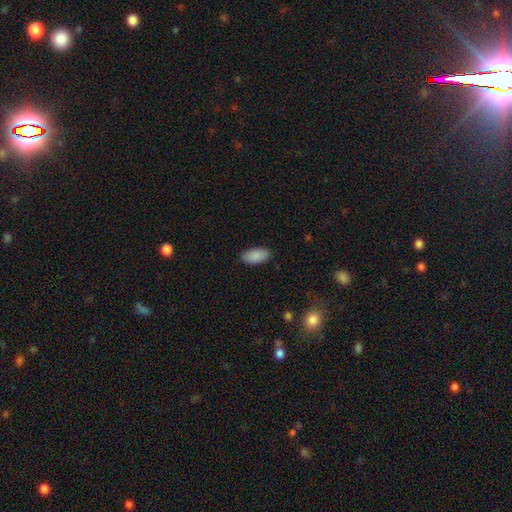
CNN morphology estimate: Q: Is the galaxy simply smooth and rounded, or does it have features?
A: smooth — 90%.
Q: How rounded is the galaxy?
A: in between — 93%.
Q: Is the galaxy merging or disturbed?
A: none — 88%.